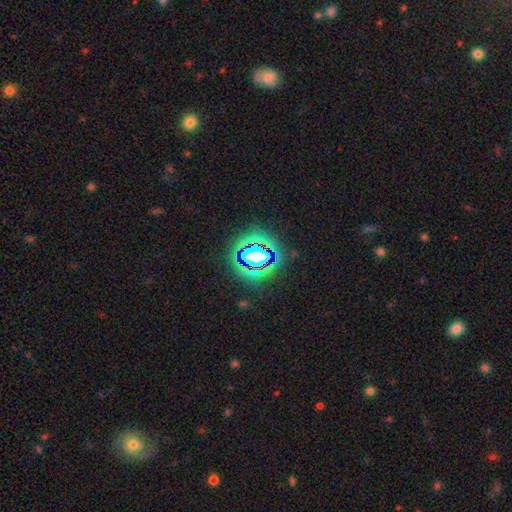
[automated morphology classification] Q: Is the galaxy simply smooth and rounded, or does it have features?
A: star or artifact — 70%.